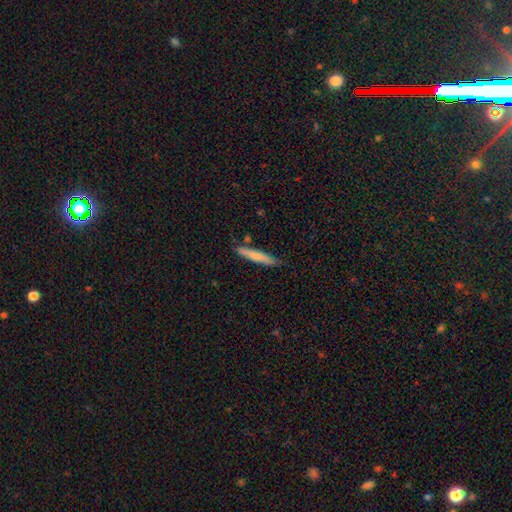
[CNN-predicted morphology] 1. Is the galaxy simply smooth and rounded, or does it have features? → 72% smooth, 22% featured or disk, 5% star or artifact.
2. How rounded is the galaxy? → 93% cigar-shaped, 5% in between, 1% round.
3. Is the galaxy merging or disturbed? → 83% none, 12% minor disturbance, 3% merger, 2% major disturbance.